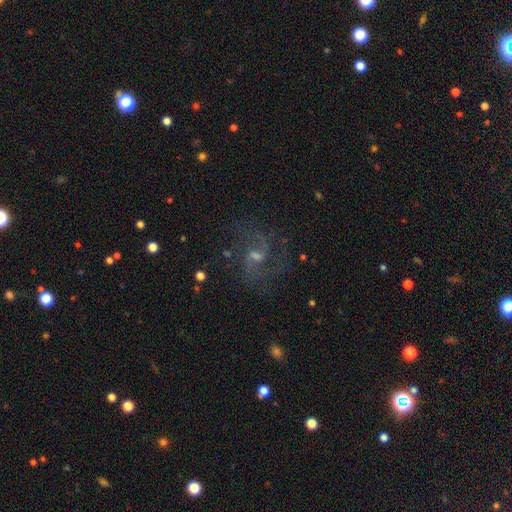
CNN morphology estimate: type=featured or disk (80%); edge-on=no (97%); bar=weak (58%); spiral arms=yes (94%); winding=medium (46%); arm count=2 (74%); bulge=small (46%); merging=none (67%).